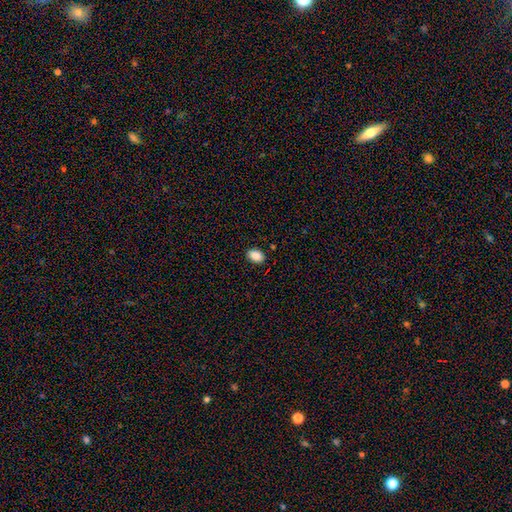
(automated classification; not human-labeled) Smooth or featured? Predicted: smooth (p=0.89). How rounded? Predicted: in between (p=0.84). Merging? Predicted: none (p=0.88).